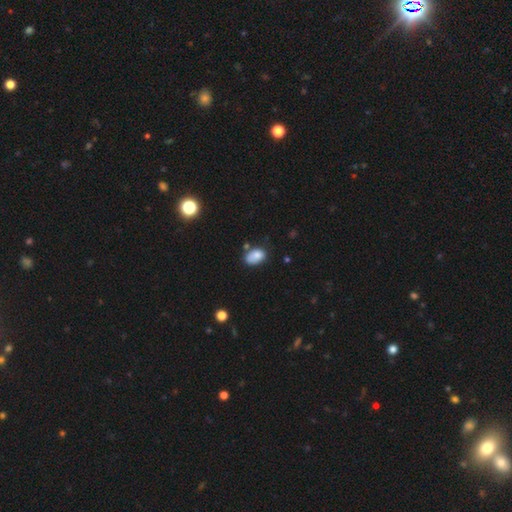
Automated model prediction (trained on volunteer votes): smooth 81%, featured or disk 10%, star or artifact 9%. Down the decision tree: how rounded — in between (88%); merging — none (55%).